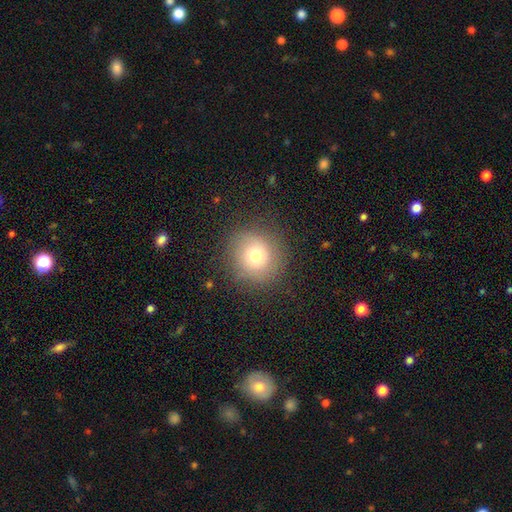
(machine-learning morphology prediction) Smooth or featured?
  - smooth: 71% *
  - featured or disk: 15%
  - star or artifact: 14%
How rounded?
  - round: 90% *
  - in between: 9%
  - cigar-shaped: 1%
Merging?
  - none: 83% *
  - minor disturbance: 11%
  - major disturbance: 5%
  - merger: 1%